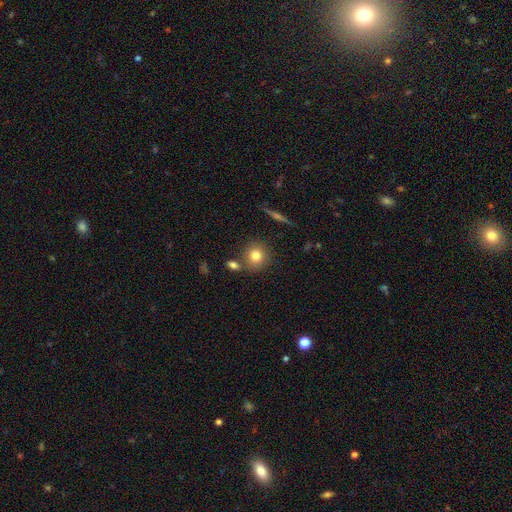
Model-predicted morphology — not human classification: smooth-or-featured: smooth: 79% | featured or disk: 11% | star or artifact: 10%
  how-rounded: round: 87% | in between: 12% | cigar-shaped: 1%
  merging: none: 75% | merger: 12% | minor disturbance: 10% | major disturbance: 3%